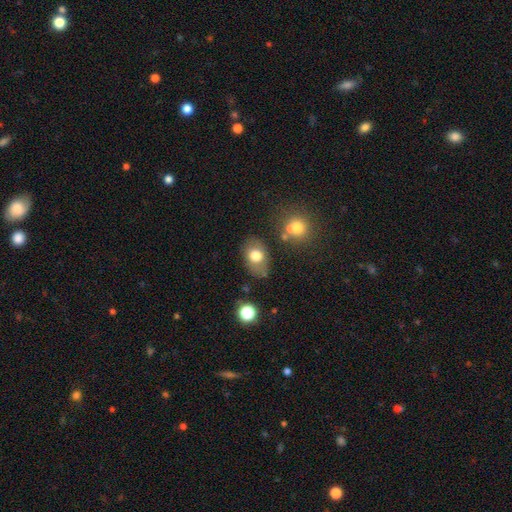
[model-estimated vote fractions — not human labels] The model was most divided on "merging": none: 72%, minor disturbance: 17%, merger: 6%, major disturbance: 5%. More confident: how rounded — in between (79%); smooth or featured — smooth (73%).